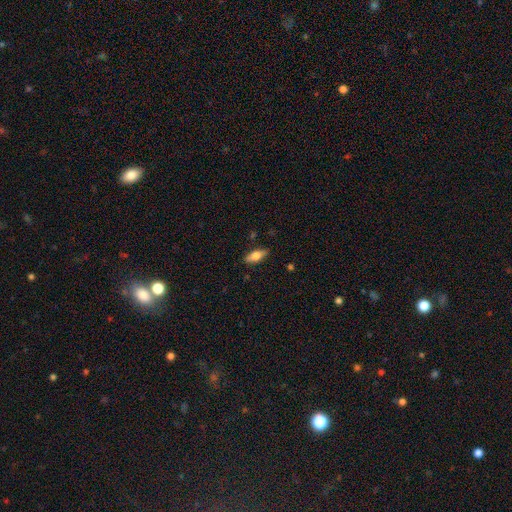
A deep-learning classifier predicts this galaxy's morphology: Q: Smooth or featured?
A: smooth (69%); runner-up: featured or disk (25%)
Q: How rounded?
A: in between (75%); runner-up: cigar-shaped (22%)
Q: Merging?
A: none (87%); runner-up: minor disturbance (10%)